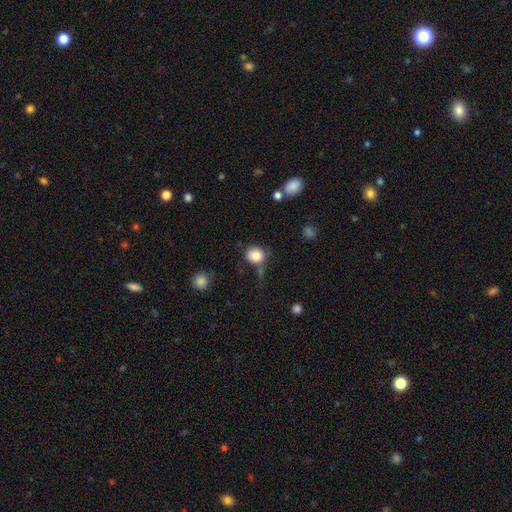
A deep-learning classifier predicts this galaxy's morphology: Smooth or featured: smooth — 84% (star or artifact — 10%)
How rounded: round — 81% (in between — 18%)
Merging: none — 65% (minor disturbance — 20%)